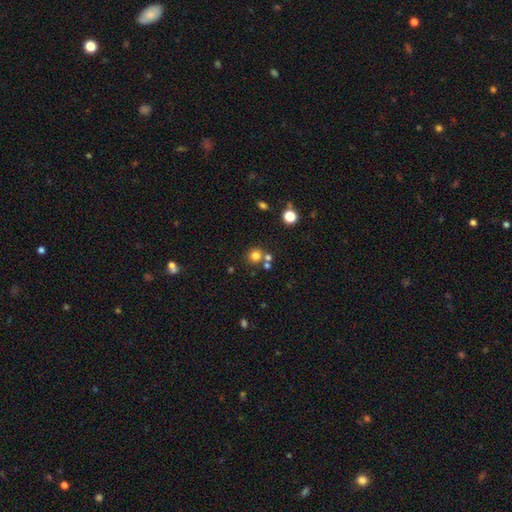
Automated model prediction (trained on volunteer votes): Smooth or featured?
  - smooth: 77% *
  - star or artifact: 15%
  - featured or disk: 8%
How rounded?
  - round: 92% *
  - in between: 7%
  - cigar-shaped: 1%
Merging?
  - none: 69% *
  - merger: 20%
  - minor disturbance: 7%
  - major disturbance: 3%